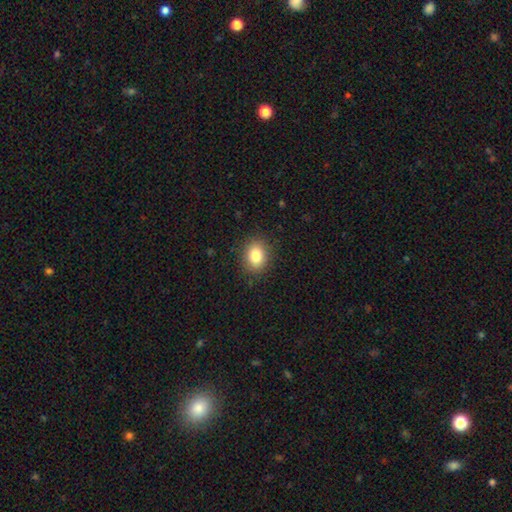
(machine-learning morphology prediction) Smooth or featured? Predicted: smooth (p=0.83). How rounded? Predicted: in between (p=0.53). Merging? Predicted: none (p=0.88).